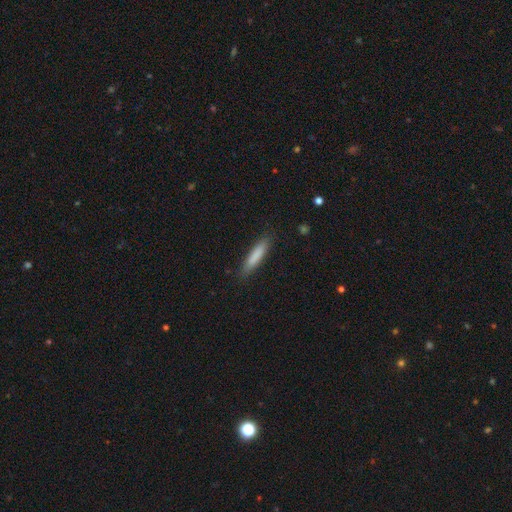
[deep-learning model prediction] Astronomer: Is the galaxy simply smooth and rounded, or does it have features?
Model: smooth — 82%.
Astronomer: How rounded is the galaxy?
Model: cigar-shaped — 86%.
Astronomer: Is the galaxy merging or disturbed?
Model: none — 86%.